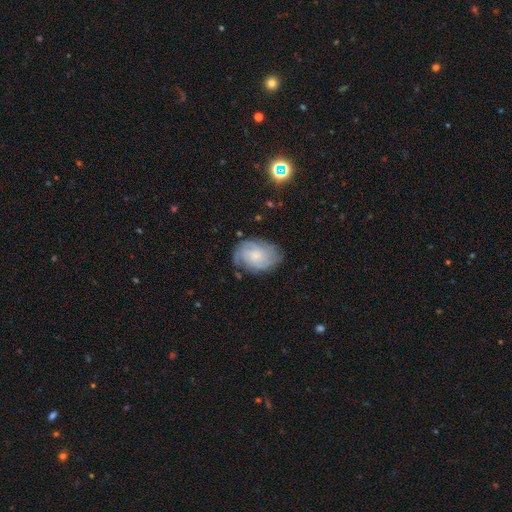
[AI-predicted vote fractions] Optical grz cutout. It shows a featured or disk galaxy (71%) with no bar (73%), tight (60%) spiral arms (92%) and a small central bulge (51%). Merging: none (70%).